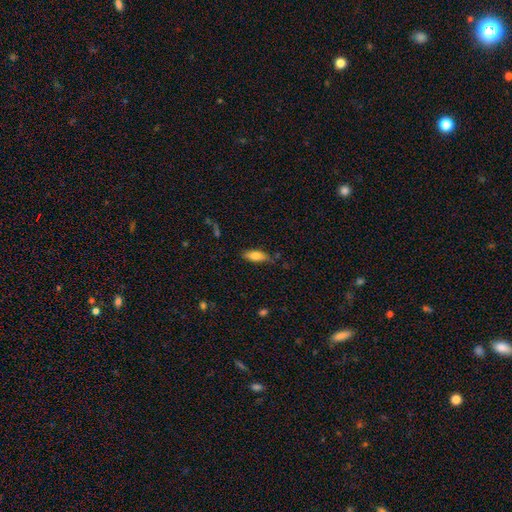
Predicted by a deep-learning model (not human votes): The model was most divided on "how rounded": in between: 70%, cigar-shaped: 28%, round: 2%. More confident: smooth or featured — smooth (79%); merging — none (72%).